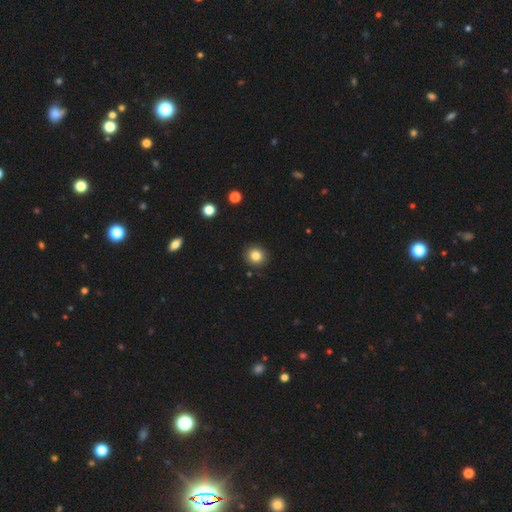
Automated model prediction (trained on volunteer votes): Q: Smooth or featured?
A: smooth (83%); runner-up: star or artifact (11%)
Q: How rounded?
A: round (88%); runner-up: in between (12%)
Q: Merging?
A: none (91%); runner-up: minor disturbance (6%)